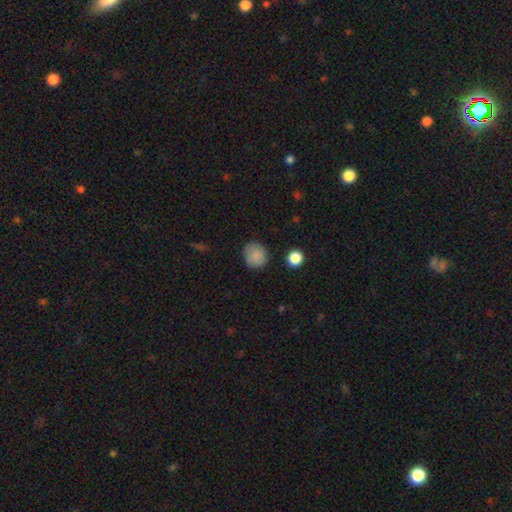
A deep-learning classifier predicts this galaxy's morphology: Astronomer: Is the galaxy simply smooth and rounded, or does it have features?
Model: smooth — 87%.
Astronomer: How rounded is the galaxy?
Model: round — 84%.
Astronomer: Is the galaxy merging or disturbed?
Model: none — 84%.